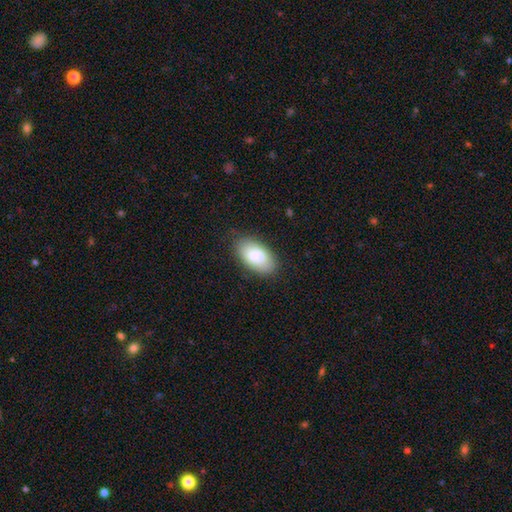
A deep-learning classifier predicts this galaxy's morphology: smooth 81%, featured or disk 13%, star or artifact 7%. Down the decision tree: how rounded — in between (94%); merging — none (80%).